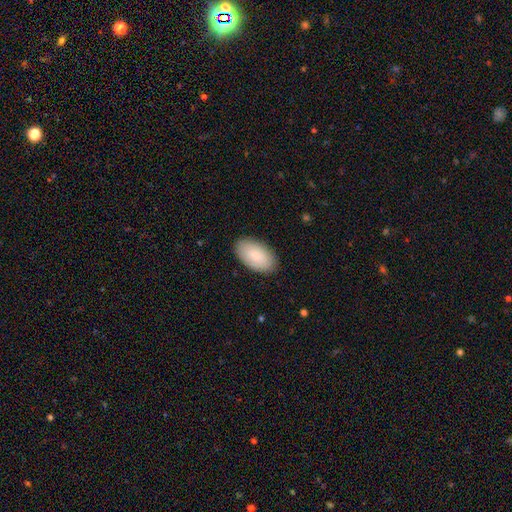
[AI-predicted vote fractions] smooth-or-featured: smooth: 84% | featured or disk: 10% | star or artifact: 5%
  how-rounded: in between: 96% | round: 3% | cigar-shaped: 2%
  merging: none: 87% | minor disturbance: 10% | major disturbance: 2% | merger: 1%